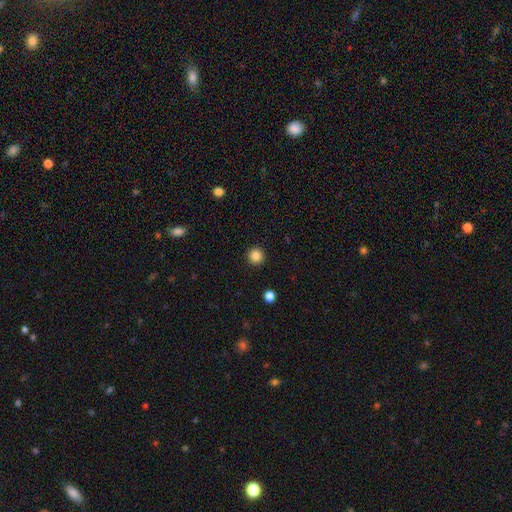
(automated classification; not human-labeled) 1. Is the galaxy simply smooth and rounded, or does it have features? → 86% smooth, 11% star or artifact, 4% featured or disk.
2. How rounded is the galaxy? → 96% round, 3% in between, 1% cigar-shaped.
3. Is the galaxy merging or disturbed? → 93% none, 4% minor disturbance, 2% major disturbance, 1% merger.